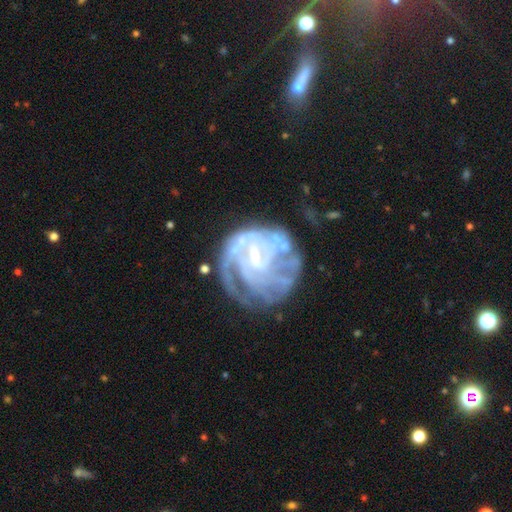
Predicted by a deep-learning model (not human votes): Smooth or featured: featured or disk — 84% (smooth — 9%)
Edge-on disk: no — 98% (yes — 2%)
Bar: weak — 48% (no — 38%)
Spiral arms: yes — 86% (no — 14%)
Spiral winding: tight — 57% (medium — 31%)
Spiral arm count: can't tell — 43% (3 — 17%)
Bulge size: small — 67% (moderate — 18%)
Merging: none — 46% (major disturbance — 28%)